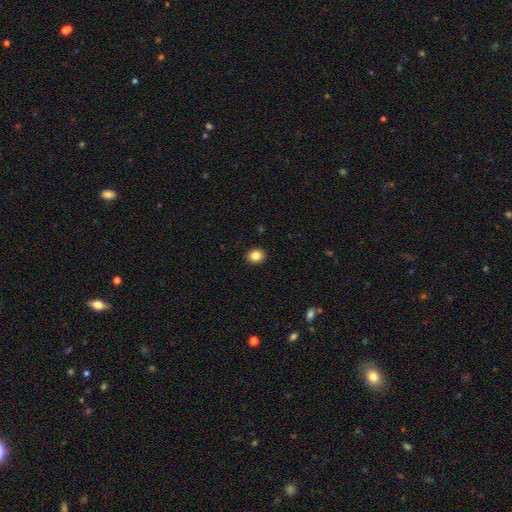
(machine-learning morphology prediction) type=smooth (85%); roundness=round (63%); merging=none (92%).